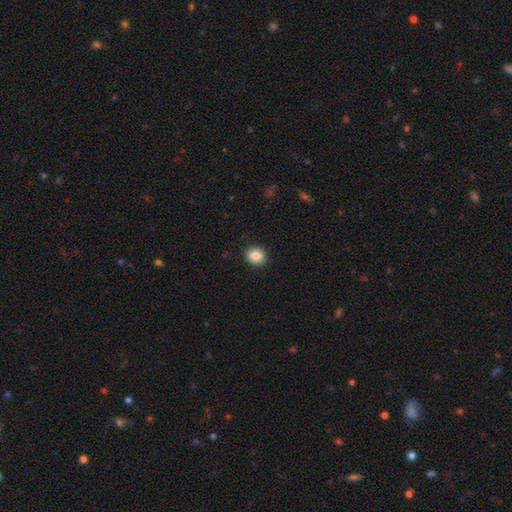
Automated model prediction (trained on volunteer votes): Smooth or featured? smooth (87%)
How rounded? round (66%)
Merging? none (91%)